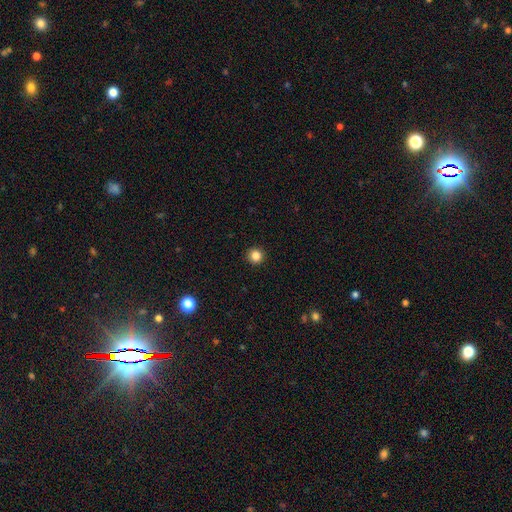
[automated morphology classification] Smooth or featured? Predicted: smooth (p=0.85). How rounded? Predicted: round (p=0.95). Merging? Predicted: none (p=0.93).